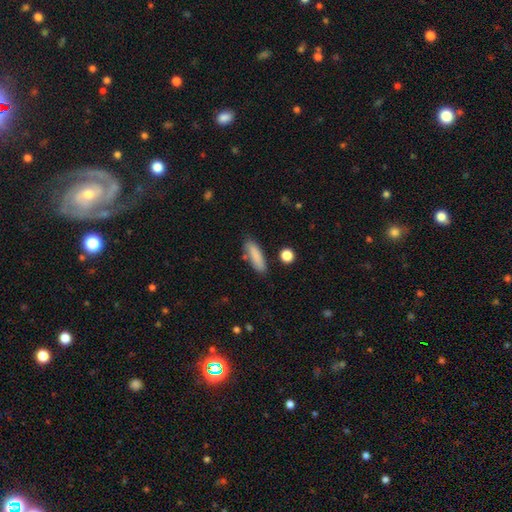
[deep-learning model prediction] smooth-or-featured: smooth: 85% | featured or disk: 8% | star or artifact: 7%
  how-rounded: cigar-shaped: 57% | in between: 41% | round: 2%
  merging: none: 77% | minor disturbance: 14% | merger: 5% | major disturbance: 3%